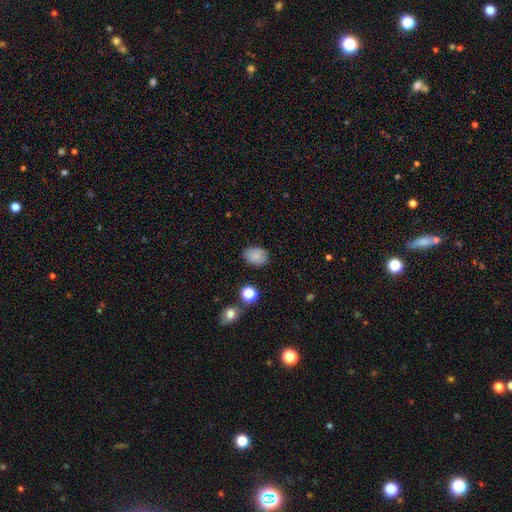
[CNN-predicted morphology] This appears to be a smooth galaxy with no disk features (81%) that is in between round and cigar-shaped (69%). Merging: none (78%).